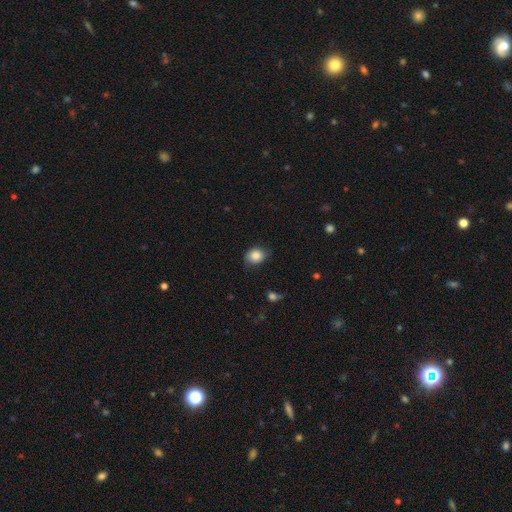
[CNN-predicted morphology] This appears to be a smooth galaxy with no disk features (84%) that is in between round and cigar-shaped (51%). Merging: none (70%).